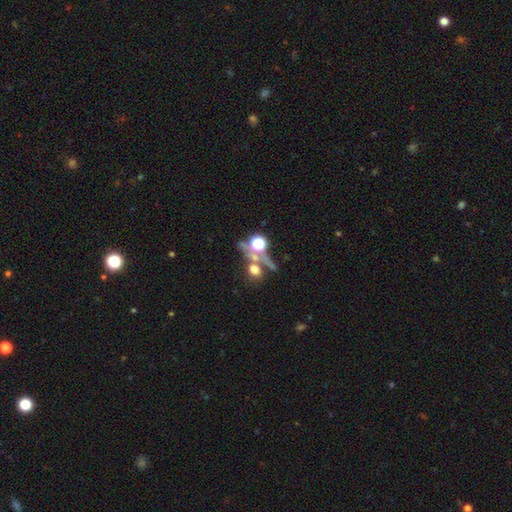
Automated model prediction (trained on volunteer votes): This appears to be a star or artifact, not a galaxy (43%).